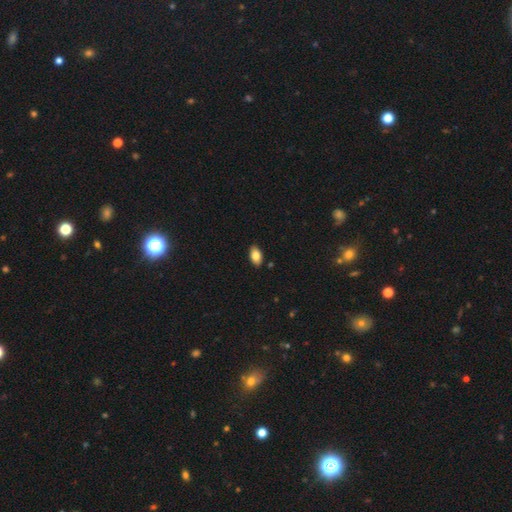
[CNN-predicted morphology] Smooth or featured: smooth — 82% (featured or disk — 10%)
How rounded: in between — 92% (round — 6%)
Merging: none — 89% (minor disturbance — 8%)